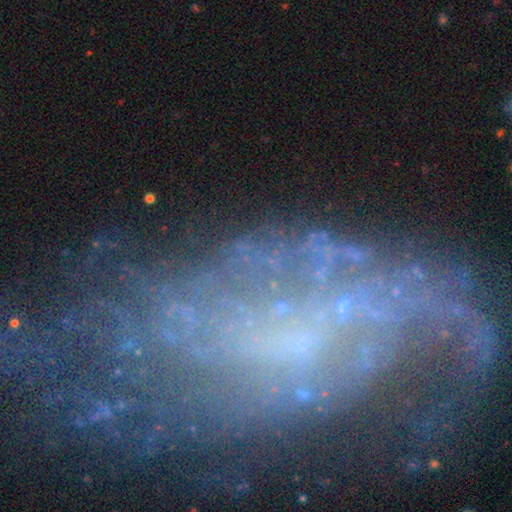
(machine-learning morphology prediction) type=featured or disk (63%); edge-on=no (93%); bar=no (74%); spiral arms=no (50%, tied with yes); bulge=none (53%); merging=none (46%).